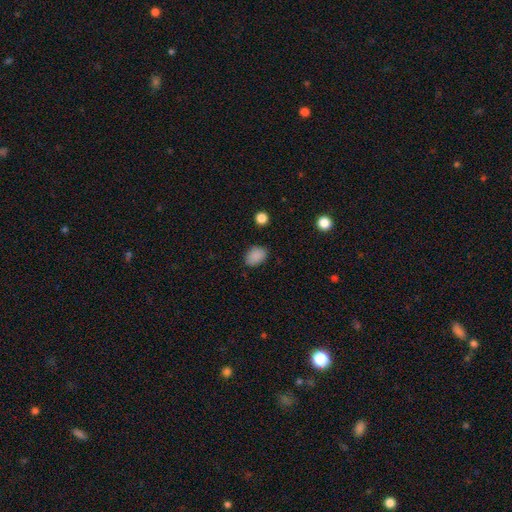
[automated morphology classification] Overall: smooth (87%). How rounded: in between (74%). Merging: none (83%).